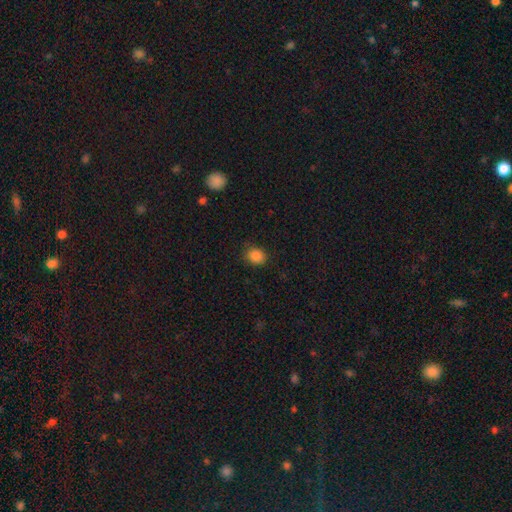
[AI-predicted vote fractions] The model was most divided on "how rounded": round: 69%, in between: 31%, cigar-shaped: 1%. More confident: smooth or featured — smooth (86%); merging — none (84%).